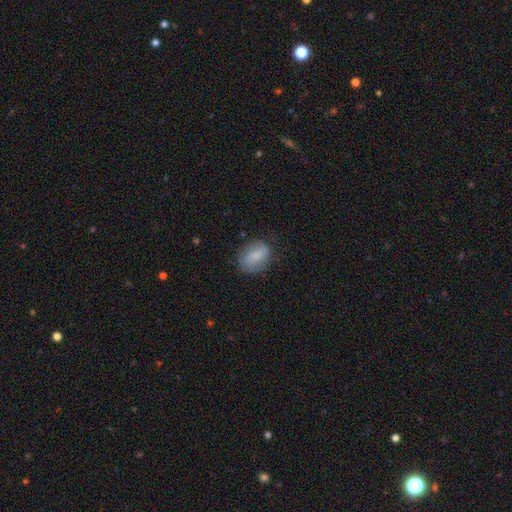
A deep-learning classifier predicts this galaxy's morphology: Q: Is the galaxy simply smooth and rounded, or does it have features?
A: smooth — 73%.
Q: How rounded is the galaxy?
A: in between — 75%.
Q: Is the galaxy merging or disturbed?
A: none — 74%.